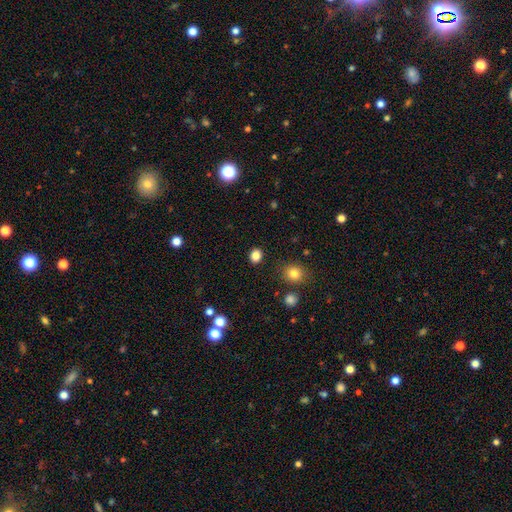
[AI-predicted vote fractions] Smooth or featured? Predicted: smooth (p=0.84). How rounded? Predicted: round (p=0.62). Merging? Predicted: none (p=0.89).